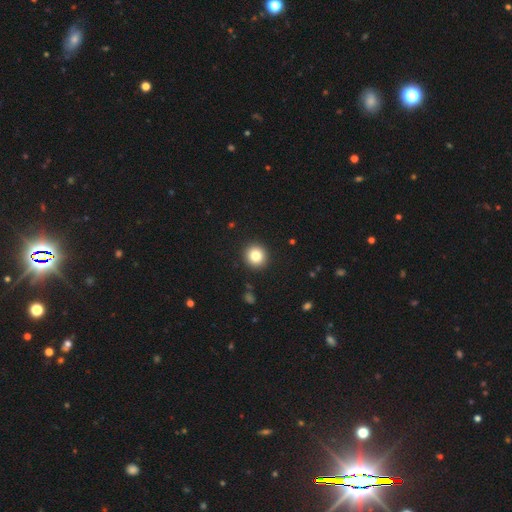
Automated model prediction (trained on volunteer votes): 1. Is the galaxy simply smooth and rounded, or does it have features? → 83% smooth, 10% star or artifact, 7% featured or disk.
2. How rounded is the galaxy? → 93% round, 6% in between, 1% cigar-shaped.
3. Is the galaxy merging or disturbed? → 93% none, 5% minor disturbance, 2% major disturbance, 1% merger.